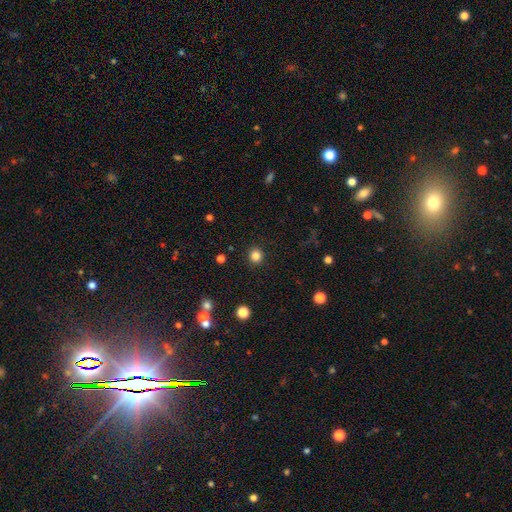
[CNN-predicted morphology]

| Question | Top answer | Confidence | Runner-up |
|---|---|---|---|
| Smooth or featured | smooth | 83% | star or artifact (12%) |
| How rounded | round | 91% | in between (8%) |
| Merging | none | 92% | minor disturbance (5%) |